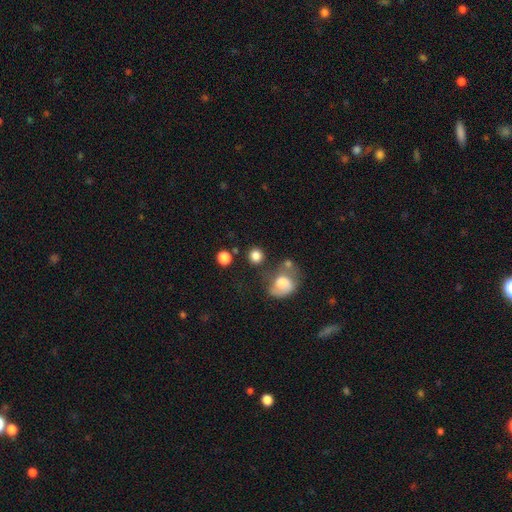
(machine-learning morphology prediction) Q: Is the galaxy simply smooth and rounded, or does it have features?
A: smooth — 82%.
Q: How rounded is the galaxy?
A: round — 87%.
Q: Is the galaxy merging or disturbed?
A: none — 69%.